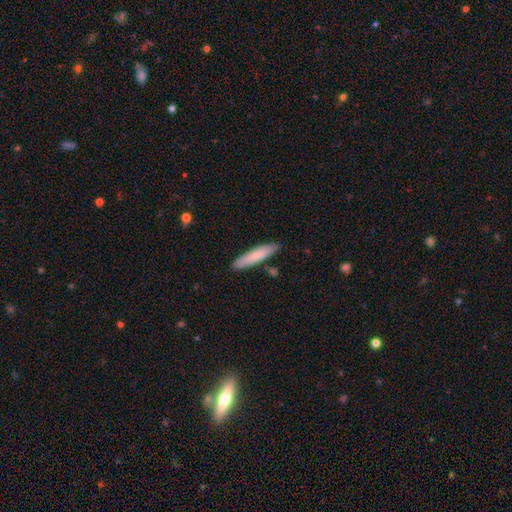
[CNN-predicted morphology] Smooth or featured? smooth (78%)
How rounded? cigar-shaped (85%)
Merging? none (85%)